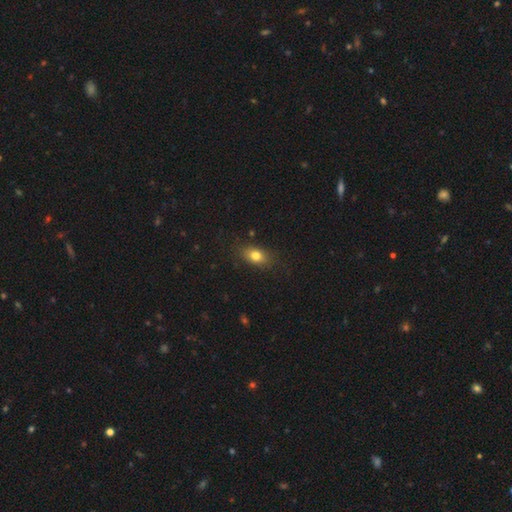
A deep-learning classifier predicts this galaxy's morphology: smooth-or-featured: smooth: 79% | featured or disk: 11% | star or artifact: 10%
  how-rounded: in between: 77% | round: 19% | cigar-shaped: 4%
  merging: none: 82% | minor disturbance: 13% | major disturbance: 4% | merger: 1%